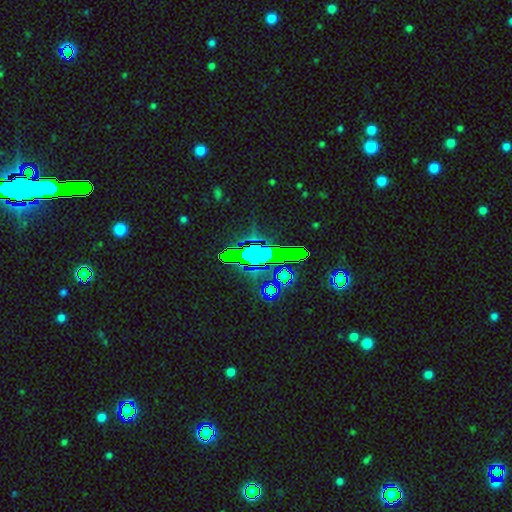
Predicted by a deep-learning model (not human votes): A star or artifact, not a galaxy (73%).

Vote fractions:
- Smooth or featured? star or artifact: 73% / smooth: 15% / featured or disk: 12%